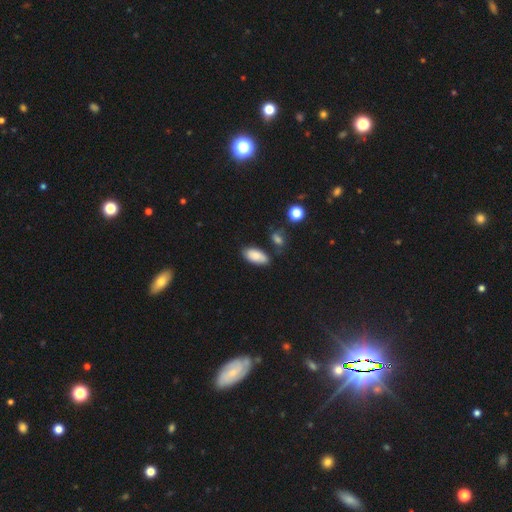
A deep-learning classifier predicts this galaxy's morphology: Overall: smooth (84%). How rounded: in between (92%). Merging: none (72%).